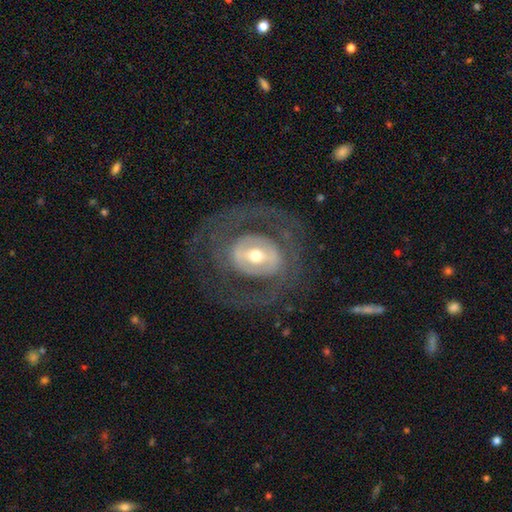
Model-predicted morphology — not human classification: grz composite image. It shows a featured or disk galaxy (76%) with a weak bar (36%), spiral arms (54%) and a moderate central bulge (64%). Merging: none (69%).